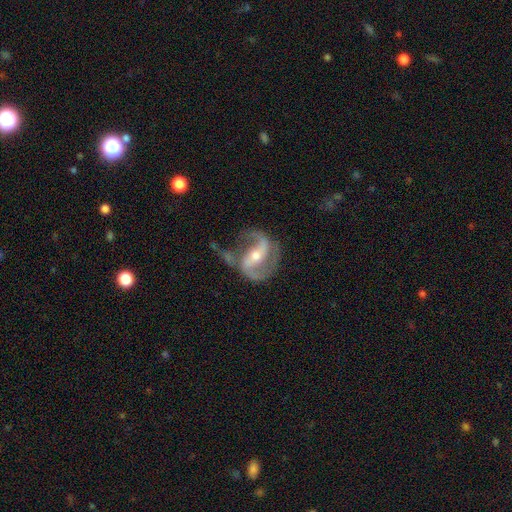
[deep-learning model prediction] Smooth or featured?
  - featured or disk: 90% *
  - smooth: 5%
  - star or artifact: 5%
Edge-on disk?
  - no: 97% *
  - yes: 3%
Bar?
  - strong: 49% *
  - weak: 31%
  - no: 20%
Spiral arms?
  - yes: 96% *
  - no: 4%
Spiral winding?
  - medium: 48% *
  - loose: 38%
  - tight: 14%
Spiral arm count?
  - 2: 91% *
  - 1: 3%
  - can't tell: 2%
  - 3: 2%
  - 4: 1%
  - more than 4: 1%
Bulge size?
  - moderate: 50% *
  - small: 46%
  - large: 2%
  - none: 1%
  - dominant: 1%
Merging?
  - none: 61% *
  - minor disturbance: 20%
  - major disturbance: 15%
  - merger: 4%